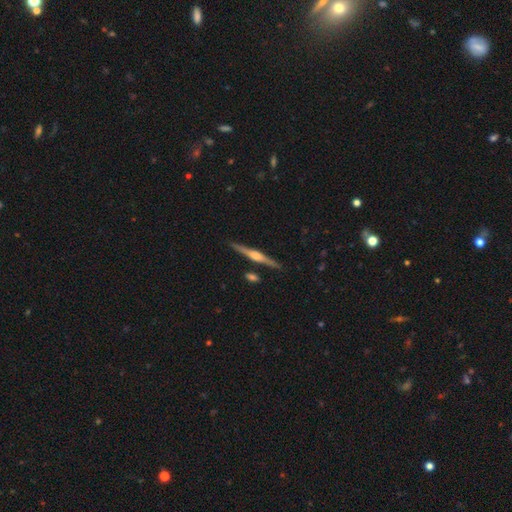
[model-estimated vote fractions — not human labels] Smooth or featured?
  - featured or disk: 77% *
  - smooth: 18%
  - star or artifact: 6%
Edge-on disk?
  - yes: 98% *
  - no: 2%
Edge-on bulge?
  - rounded: 79% *
  - boxy: 15%
  - none: 5%
Merging?
  - none: 88% *
  - minor disturbance: 8%
  - merger: 3%
  - major disturbance: 2%